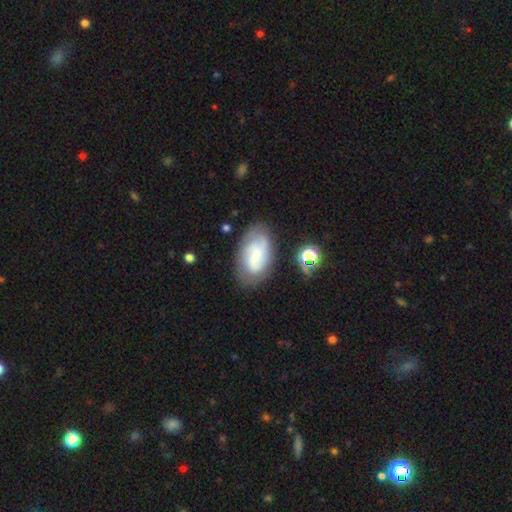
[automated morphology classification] Smooth or featured? Predicted: featured or disk (p=0.53). Edge-on disk? Predicted: no (p=0.96). Bar? Predicted: weak (p=0.44). Spiral arms? Predicted: yes (p=0.84). Bulge size? Predicted: small (p=0.53). Merging? Predicted: none (p=0.70).